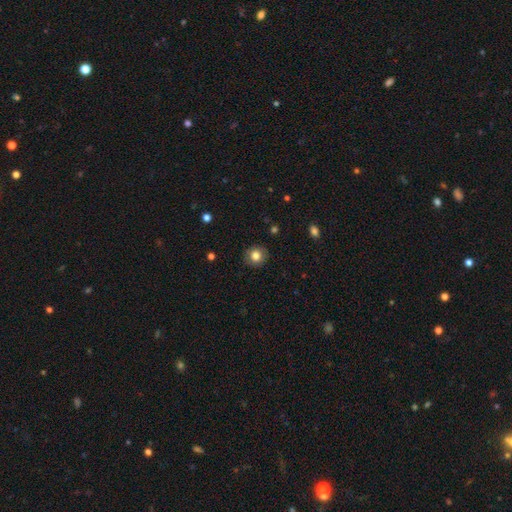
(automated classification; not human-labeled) smooth 81%, featured or disk 10%, star or artifact 10%. Down the decision tree: how rounded — round (87%); merging — none (88%).